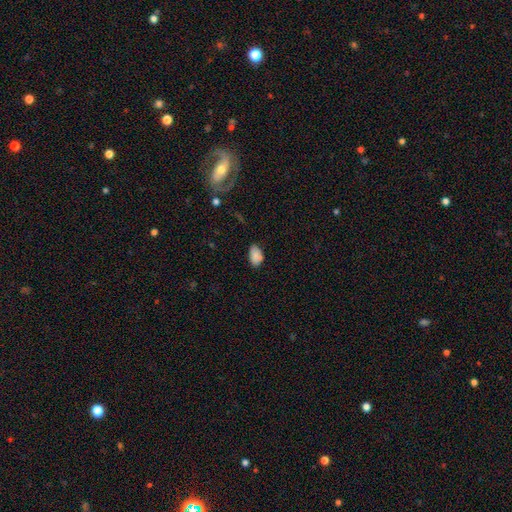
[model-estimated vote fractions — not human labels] smooth_or_featured: smooth (p=0.84) [alt: star or artifact p=0.09]
how_rounded: in between (p=0.93) [alt: round p=0.06]
merging: none (p=0.70) [alt: minor disturbance p=0.22]